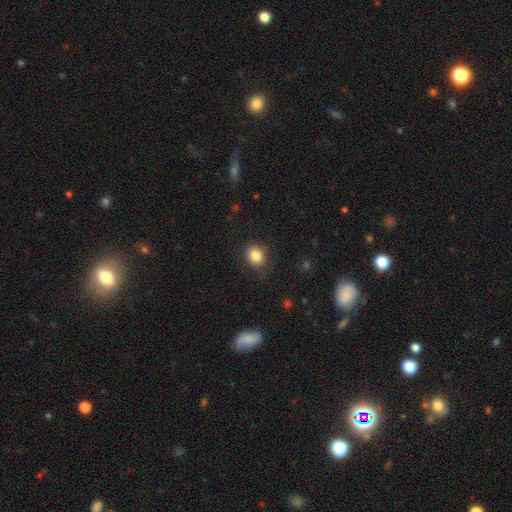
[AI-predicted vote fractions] Morphology: type=smooth (84%); roundness=round (69%); merging=none (83%).